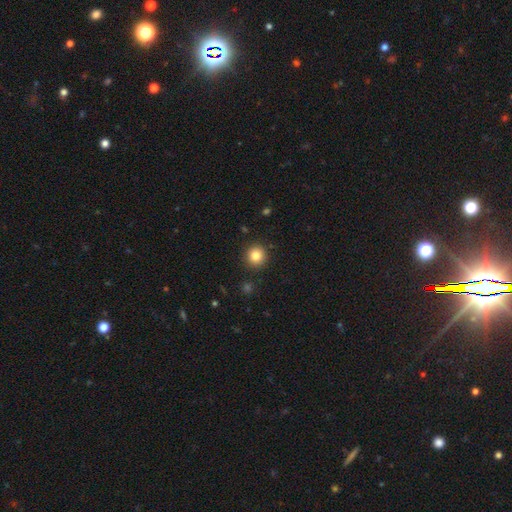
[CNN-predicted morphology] This appears to be a smooth galaxy with no disk features (84%) that is round (93%). Merging: none (90%).